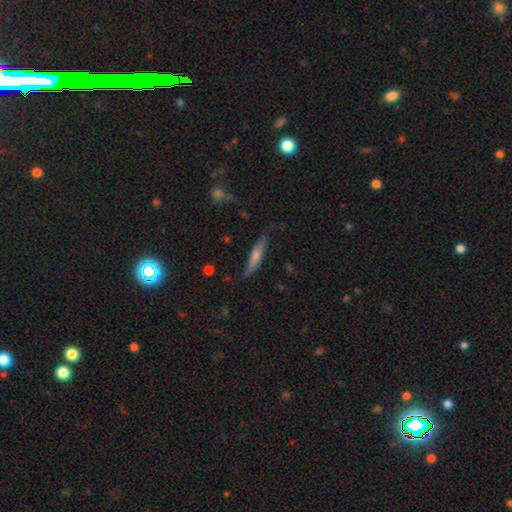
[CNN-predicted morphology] This is possibly a smooth galaxy (47%). Merging: likely none (73%).